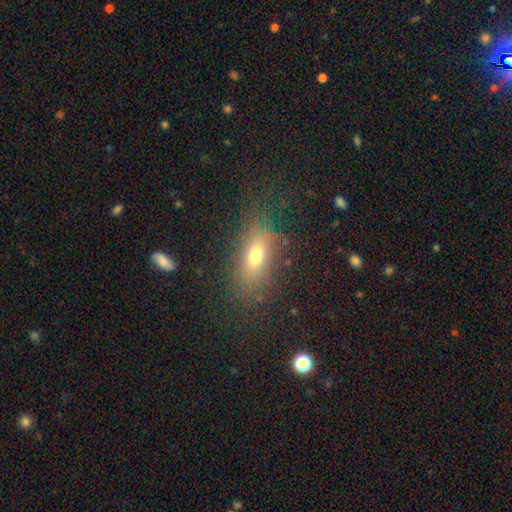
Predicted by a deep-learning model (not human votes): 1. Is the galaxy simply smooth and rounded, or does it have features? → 69% smooth, 18% featured or disk, 13% star or artifact.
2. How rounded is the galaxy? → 78% in between, 13% cigar-shaped, 9% round.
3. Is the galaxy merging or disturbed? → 75% none, 14% minor disturbance, 8% major disturbance, 2% merger.